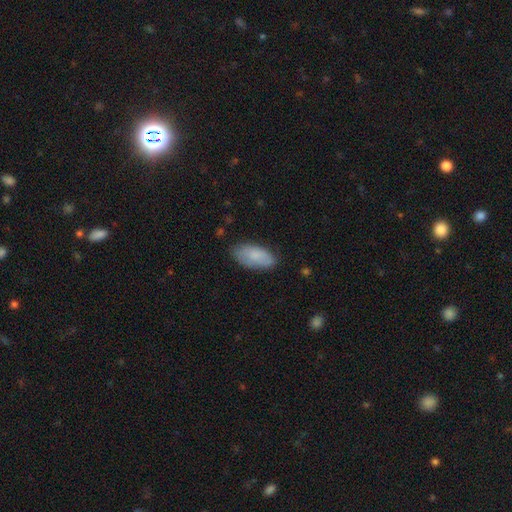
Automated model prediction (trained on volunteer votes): Smooth or featured: smooth — 82% (featured or disk — 12%)
How rounded: in between — 92% (cigar-shaped — 6%)
Merging: none — 76% (minor disturbance — 19%)